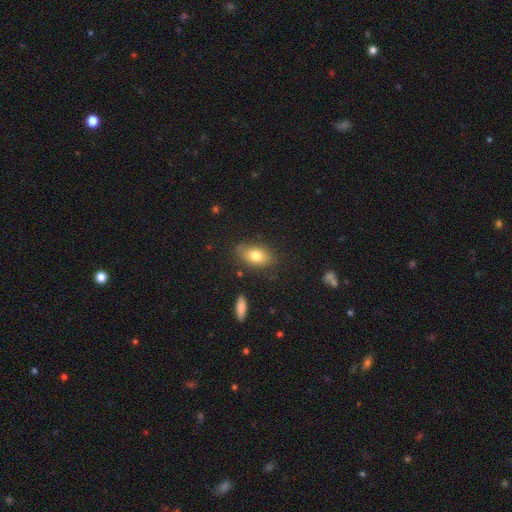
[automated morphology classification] Smooth or featured: smooth — 77% (featured or disk — 15%)
How rounded: in between — 88% (round — 9%)
Merging: none — 79% (minor disturbance — 14%)